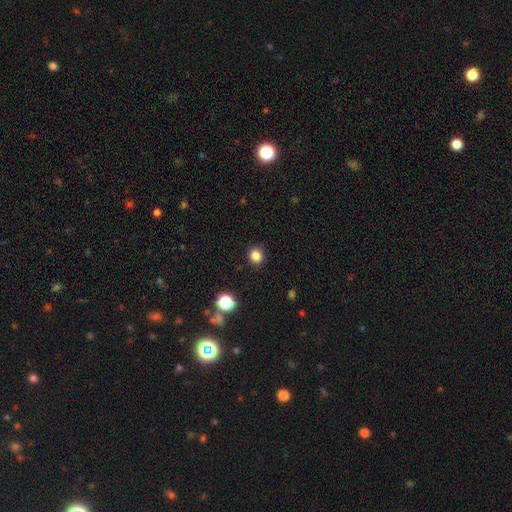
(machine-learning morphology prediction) smooth 83%, star or artifact 13%, featured or disk 4%. Down the decision tree: how rounded — round (85%); merging — none (90%).